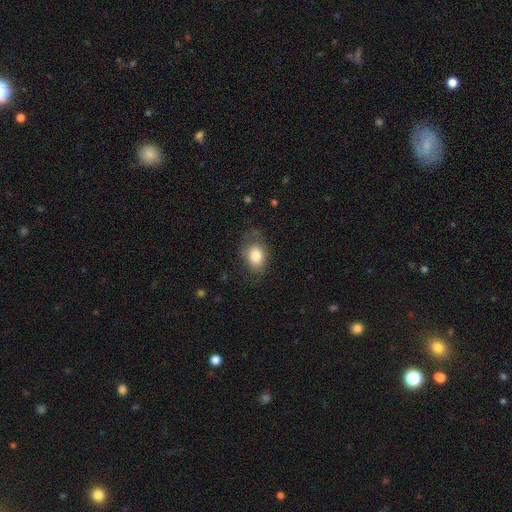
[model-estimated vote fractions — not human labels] Smooth or featured?
  - smooth: 82% *
  - featured or disk: 11%
  - star or artifact: 8%
How rounded?
  - in between: 72% *
  - round: 27%
  - cigar-shaped: 1%
Merging?
  - none: 62% *
  - minor disturbance: 25%
  - major disturbance: 12%
  - merger: 2%